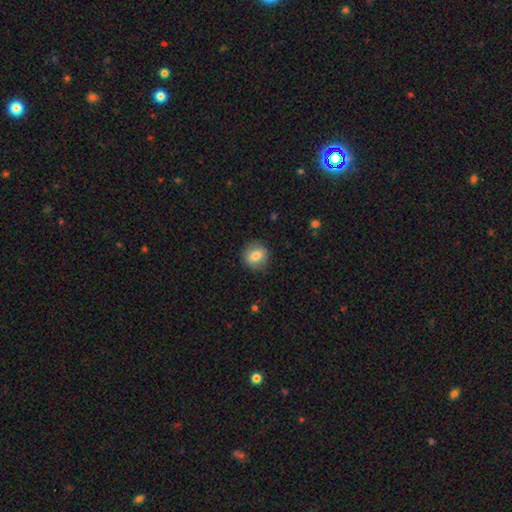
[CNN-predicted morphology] Q: Smooth or featured?
A: smooth (76%); runner-up: featured or disk (16%)
Q: How rounded?
A: round (73%); runner-up: in between (25%)
Q: Merging?
A: none (86%); runner-up: minor disturbance (10%)